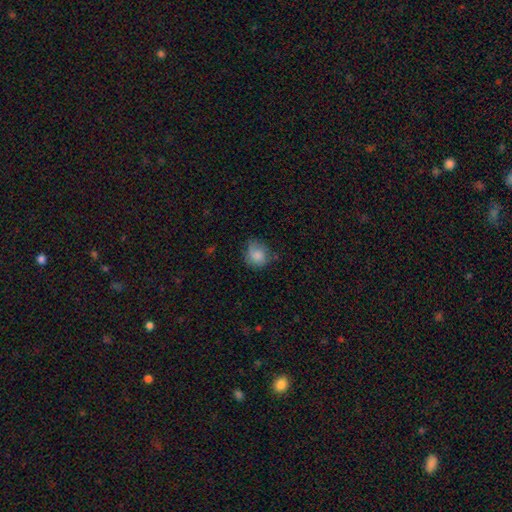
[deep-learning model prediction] smooth-or-featured: smooth: 78% | featured or disk: 13% | star or artifact: 10%
  how-rounded: round: 74% | in between: 25% | cigar-shaped: 1%
  merging: none: 60% | minor disturbance: 29% | major disturbance: 10% | merger: 2%